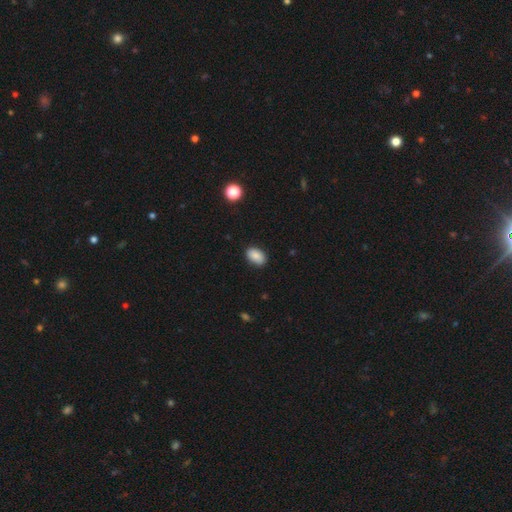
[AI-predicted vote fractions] A smooth galaxy with no disk features (86%) that is in between round and cigar-shaped (89%). Merging: none (87%).